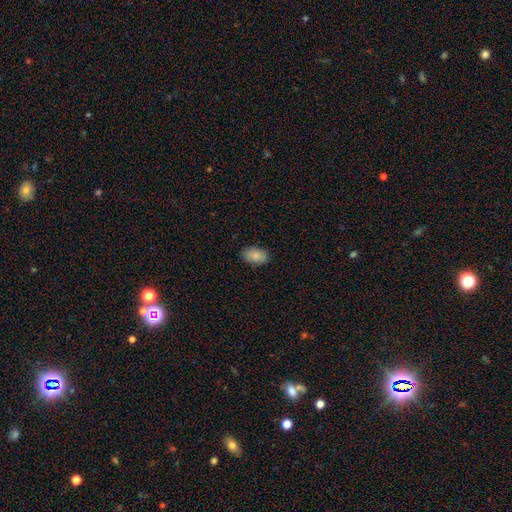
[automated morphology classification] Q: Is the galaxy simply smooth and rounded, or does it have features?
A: smooth — 87%.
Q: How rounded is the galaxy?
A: in between — 91%.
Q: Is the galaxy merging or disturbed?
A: none — 87%.